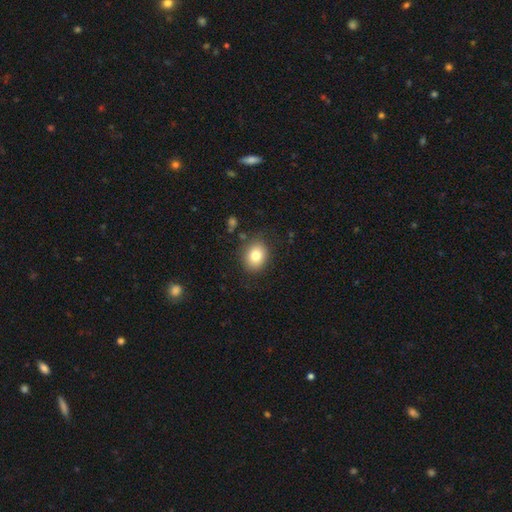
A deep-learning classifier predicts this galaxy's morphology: Smooth or featured: smooth — 81% (star or artifact — 10%)
How rounded: round — 57% (in between — 42%)
Merging: none — 84% (minor disturbance — 11%)